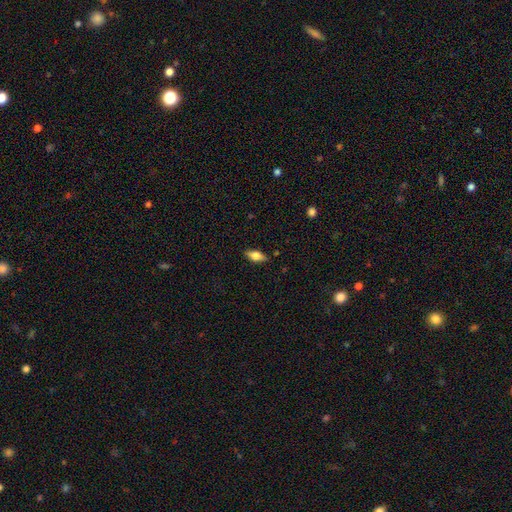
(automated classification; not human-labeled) A smooth galaxy with no disk features (66%) that is in between round and cigar-shaped (80%).

Vote fractions:
- Smooth or featured? smooth: 66% / featured or disk: 27% / star or artifact: 7%
- How rounded? in between: 80% / cigar-shaped: 16% / round: 3%
- Merging? none: 86% / minor disturbance: 11% / major disturbance: 2% / merger: 1%